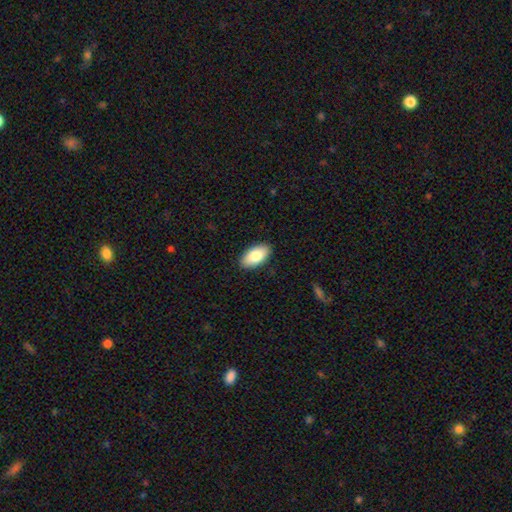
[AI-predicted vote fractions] Smooth or featured: smooth — 82% (featured or disk — 12%)
How rounded: in between — 95% (round — 3%)
Merging: none — 89% (minor disturbance — 8%)